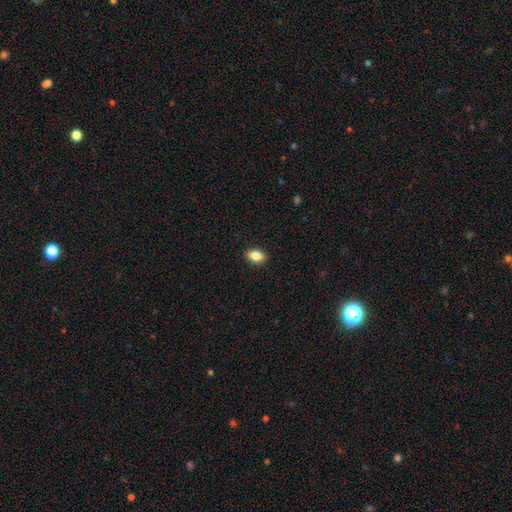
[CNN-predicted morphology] smooth_or_featured: smooth (p=0.85) [alt: star or artifact p=0.08]
how_rounded: in between (p=0.84) [alt: round p=0.13]
merging: none (p=0.90) [alt: minor disturbance p=0.07]